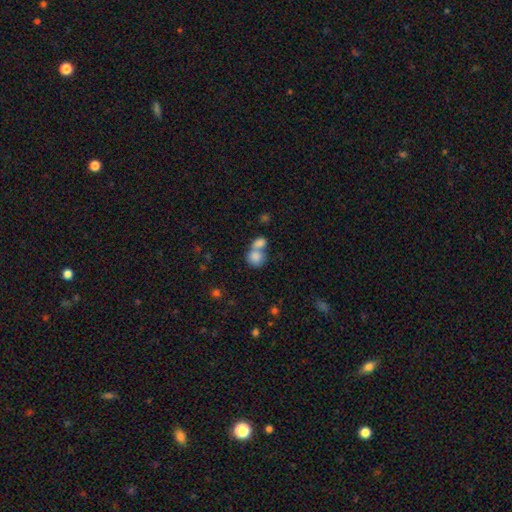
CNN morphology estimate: Smooth or featured? Predicted: smooth (p=0.82). How rounded? Predicted: round (p=0.70). Merging? Predicted: merger (p=0.60).